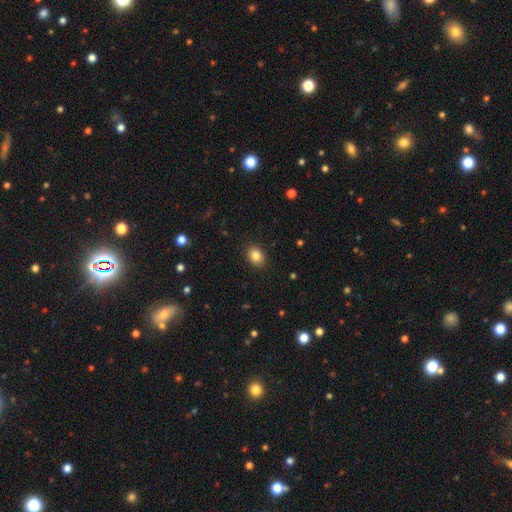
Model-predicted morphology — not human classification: Smooth or featured?
  - smooth: 84% *
  - star or artifact: 10%
  - featured or disk: 6%
How rounded?
  - in between: 57% *
  - round: 42%
  - cigar-shaped: 1%
Merging?
  - none: 90% *
  - minor disturbance: 7%
  - major disturbance: 2%
  - merger: 1%